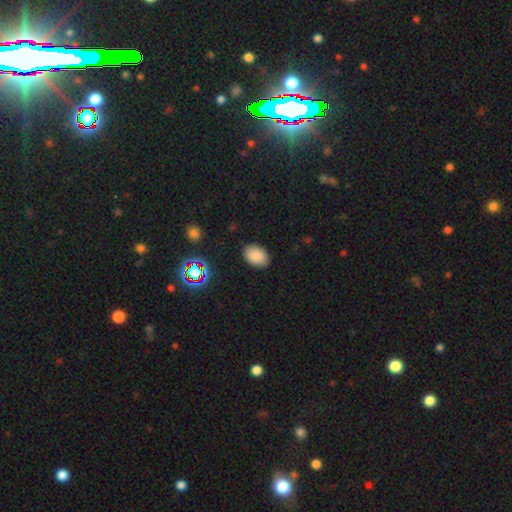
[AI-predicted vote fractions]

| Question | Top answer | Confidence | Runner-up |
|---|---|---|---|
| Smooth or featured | smooth | 85% | star or artifact (10%) |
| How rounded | in between | 86% | round (13%) |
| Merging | none | 87% | minor disturbance (9%) |